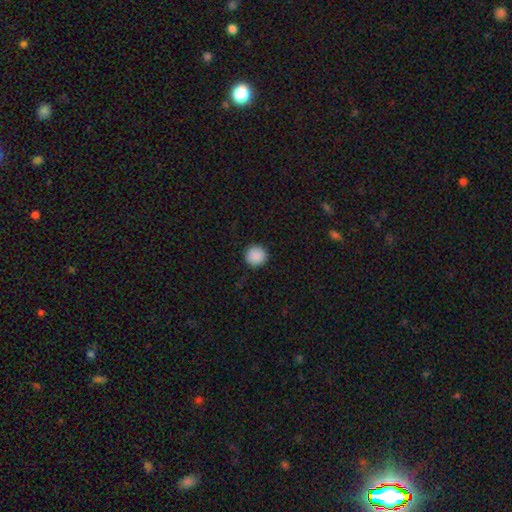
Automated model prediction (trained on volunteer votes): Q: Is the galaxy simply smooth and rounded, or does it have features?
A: smooth — 90%.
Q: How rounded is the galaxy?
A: round — 95%.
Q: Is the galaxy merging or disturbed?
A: none — 92%.